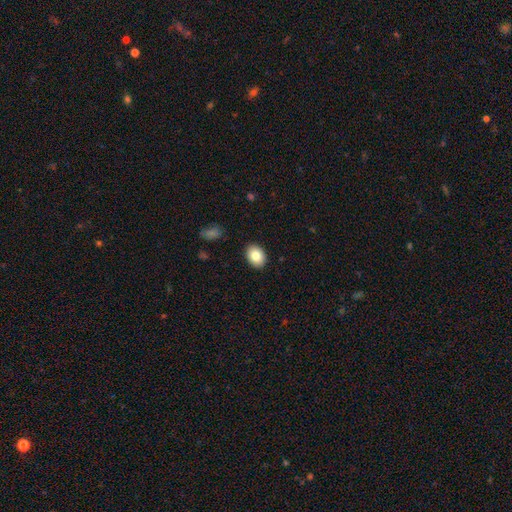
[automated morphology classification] This is clearly a smooth galaxy (83%). How rounded: likely in between (74%). Merging: clearly none (90%).